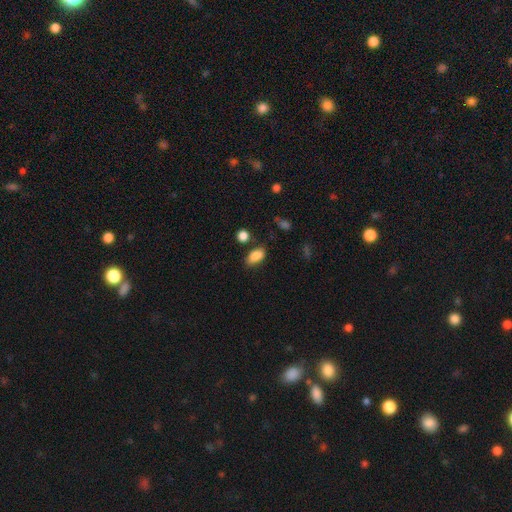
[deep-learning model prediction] This is clearly a smooth galaxy (85%). How rounded: clearly in between (89%). Merging: likely none (75%).